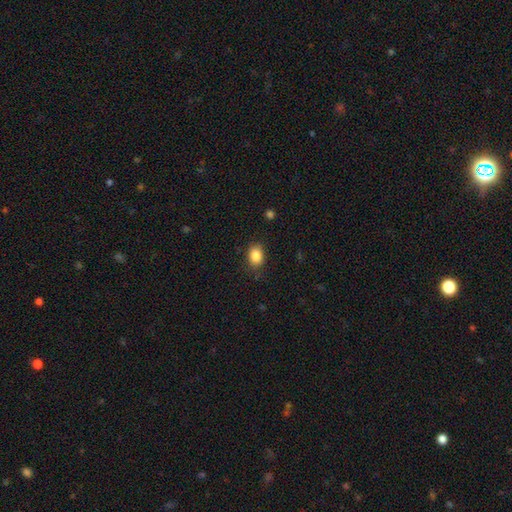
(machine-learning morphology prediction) Smooth or featured: smooth — 86% (star or artifact — 9%)
How rounded: in between — 66% (round — 33%)
Merging: none — 84% (minor disturbance — 12%)